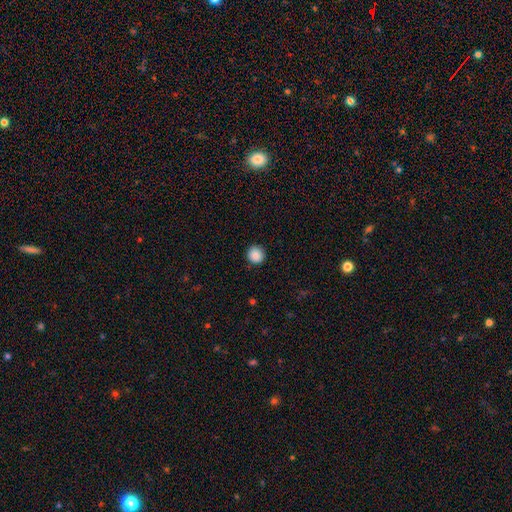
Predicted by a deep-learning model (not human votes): A smooth galaxy with no disk features (88%) that is round (94%). Merging: none (92%).